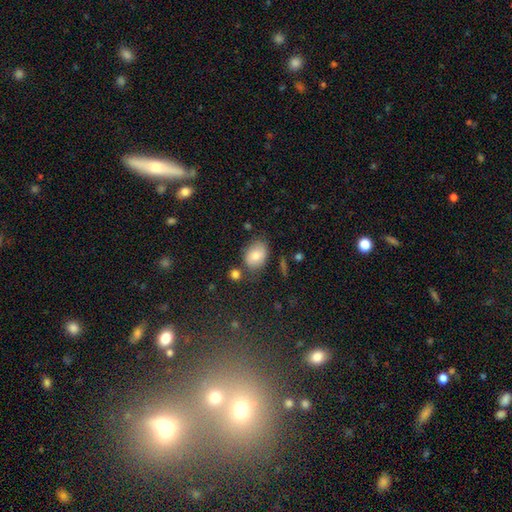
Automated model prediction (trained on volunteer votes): Smooth or featured: smooth — 80% (featured or disk — 12%)
How rounded: in between — 76% (round — 23%)
Merging: none — 67% (minor disturbance — 20%)